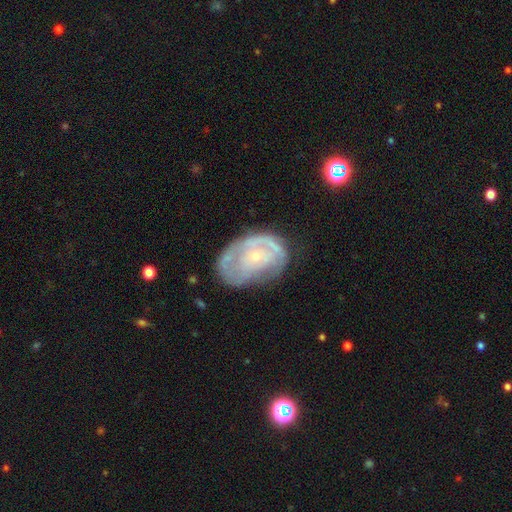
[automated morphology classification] This is likely a featured or disk galaxy (68%). It is clearly not viewed edge-on (96%). Bar: clearly no (80%). Spiral arm pattern: likely yes (64%). Central bulge: likely small (76%). Merging: possibly none (50%).